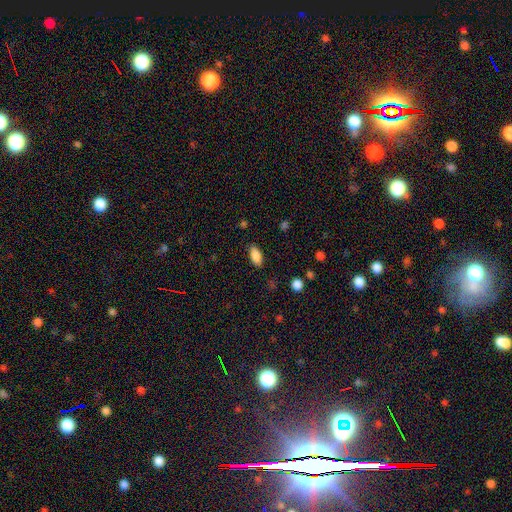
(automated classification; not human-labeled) Smooth or featured: smooth — 86% (star or artifact — 8%)
How rounded: in between — 88% (cigar-shaped — 10%)
Merging: none — 85% (minor disturbance — 11%)